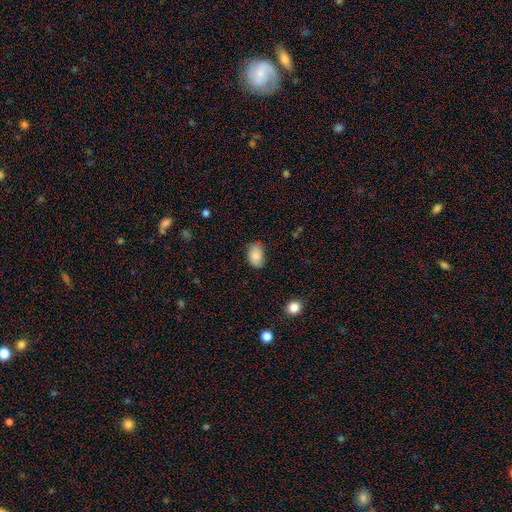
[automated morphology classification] Smooth or featured? smooth (85%)
How rounded? in between (88%)
Merging? none (73%)